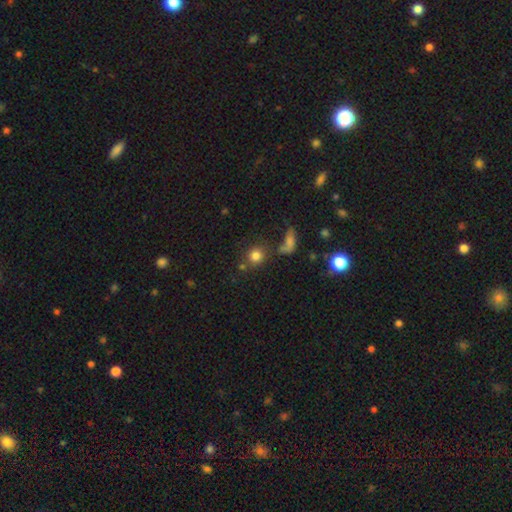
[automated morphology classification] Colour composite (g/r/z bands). It shows a smooth galaxy with no disk features (79%) that is round (83%). Merging: none (65%).